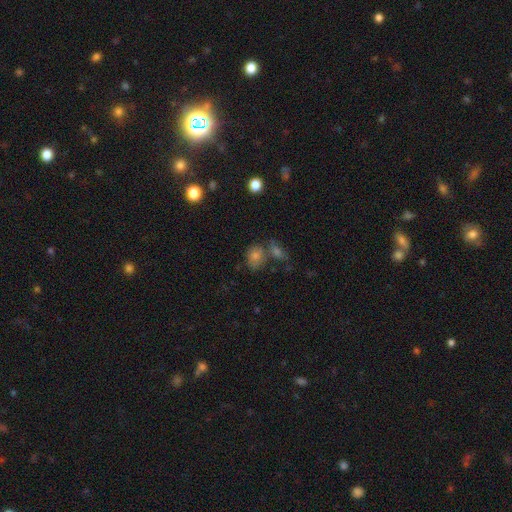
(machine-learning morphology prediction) type=smooth (67%); roundness=round (52%); merging=none (55%).